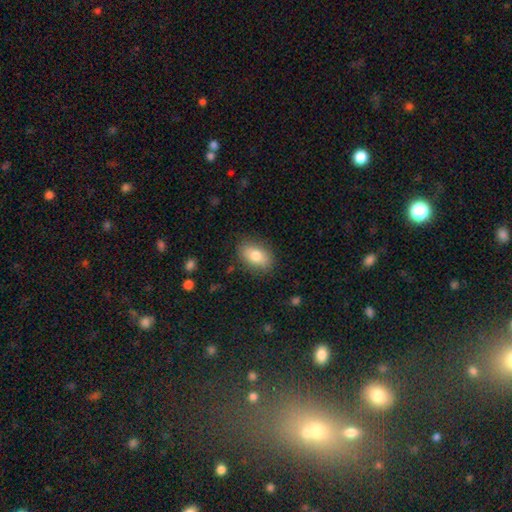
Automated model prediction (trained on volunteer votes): smooth_or_featured: smooth (p=0.79) [alt: featured or disk p=0.14]
how_rounded: in between (p=0.88) [alt: round p=0.10]
merging: none (p=0.85) [alt: minor disturbance p=0.11]